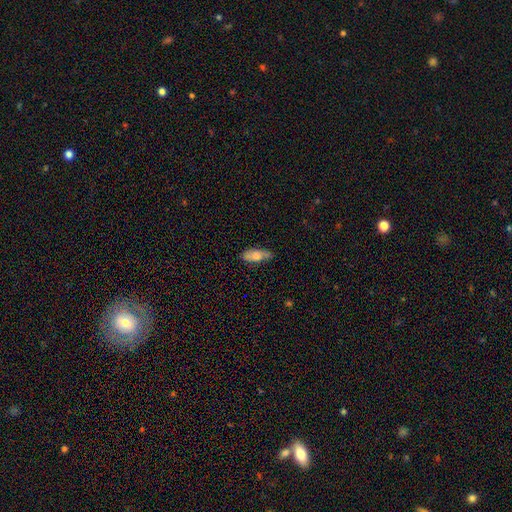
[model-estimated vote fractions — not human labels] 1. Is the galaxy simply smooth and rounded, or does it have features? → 72% smooth, 21% featured or disk, 7% star or artifact.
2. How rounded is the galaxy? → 73% in between, 25% cigar-shaped, 3% round.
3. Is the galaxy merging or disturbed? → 65% none, 27% minor disturbance, 5% major disturbance, 3% merger.